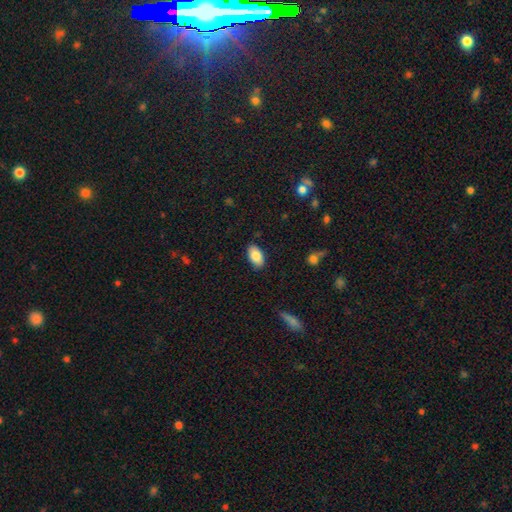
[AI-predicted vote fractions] This is clearly a smooth galaxy (86%). How rounded: clearly in between (93%). Merging: clearly none (87%).